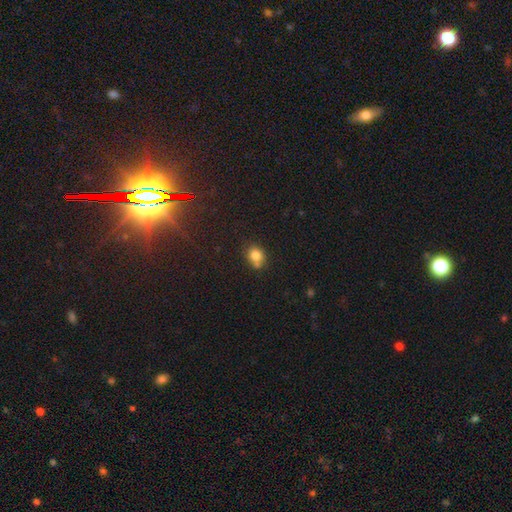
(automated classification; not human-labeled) A smooth galaxy with no disk features (80%) that is round (71%).

Vote fractions:
- Smooth or featured? smooth: 80% / star or artifact: 11% / featured or disk: 8%
- How rounded? round: 71% / in between: 28% / cigar-shaped: 1%
- Merging? none: 56% / merger: 24% / minor disturbance: 16% / major disturbance: 4%